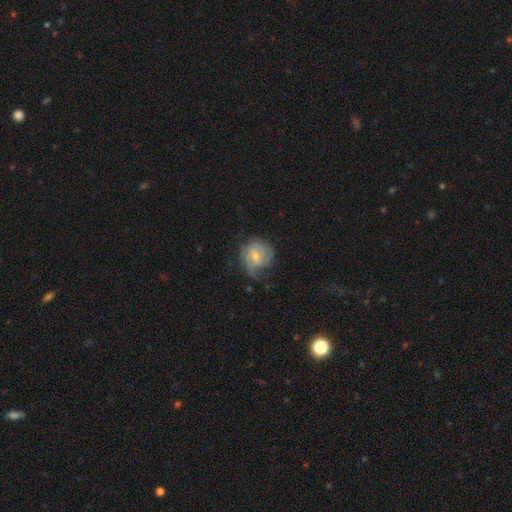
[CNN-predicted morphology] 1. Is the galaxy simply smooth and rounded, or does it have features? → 60% featured or disk, 32% smooth, 7% star or artifact.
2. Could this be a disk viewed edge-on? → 98% no, 2% yes.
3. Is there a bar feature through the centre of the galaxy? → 59% no, 36% weak, 5% strong.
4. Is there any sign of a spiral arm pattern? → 86% yes, 14% no.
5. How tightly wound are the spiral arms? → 40% tight, 36% medium, 24% loose.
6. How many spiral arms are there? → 31% can't tell, 27% 2, 21% 1, 13% 3, 5% 4, 3% more than 4.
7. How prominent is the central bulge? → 58% small, 37% moderate, 3% none, 2% large, 1% dominant.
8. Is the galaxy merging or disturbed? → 47% none, 28% minor disturbance, 23% major disturbance, 2% merger.